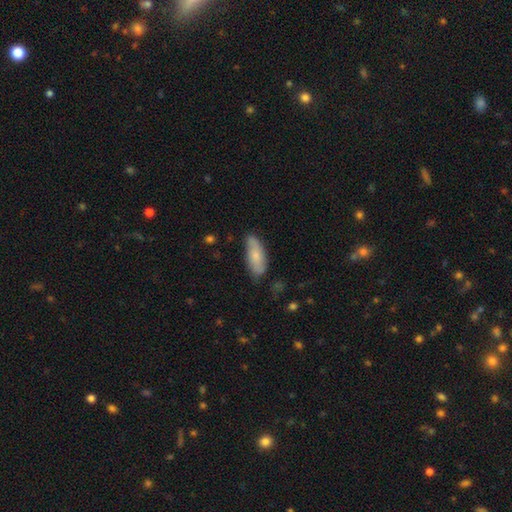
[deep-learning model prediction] Smooth or featured: smooth — 73% (featured or disk — 22%)
How rounded: in between — 72% (cigar-shaped — 26%)
Merging: none — 69% (minor disturbance — 25%)